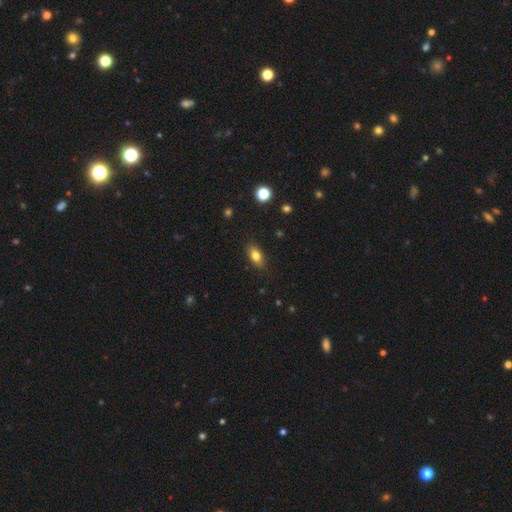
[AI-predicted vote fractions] The model was most divided on "smooth or featured": smooth: 78%, featured or disk: 13%, star or artifact: 9%. More confident: merging — none (86%); how rounded — in between (84%).